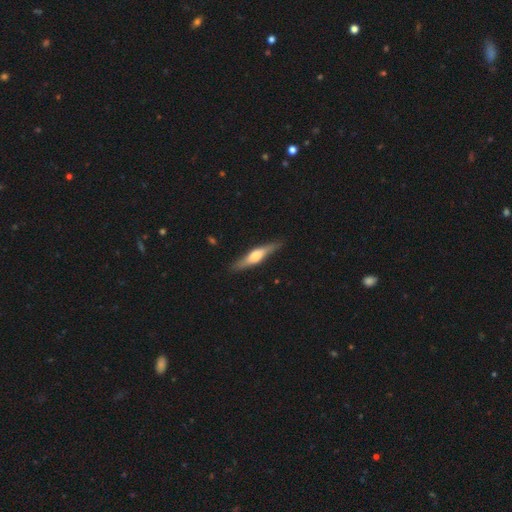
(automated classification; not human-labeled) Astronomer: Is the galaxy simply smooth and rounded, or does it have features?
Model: featured or disk — 63%.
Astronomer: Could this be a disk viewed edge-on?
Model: yes — 95%.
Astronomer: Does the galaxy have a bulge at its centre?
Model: rounded — 85%.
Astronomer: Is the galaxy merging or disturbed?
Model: none — 86%.